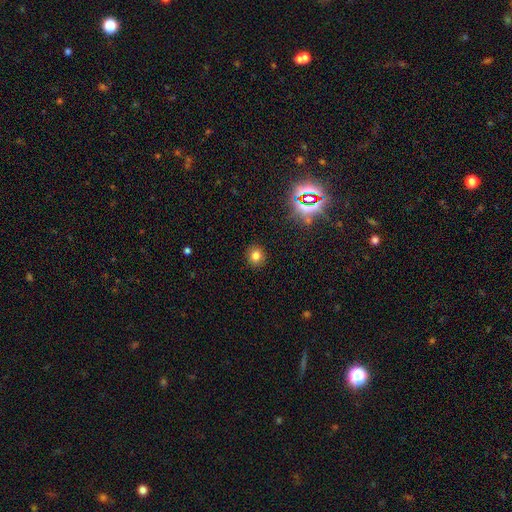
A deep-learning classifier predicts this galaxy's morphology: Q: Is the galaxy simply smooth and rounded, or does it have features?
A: smooth — 77%.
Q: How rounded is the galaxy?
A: round — 85%.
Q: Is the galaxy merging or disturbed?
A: none — 91%.